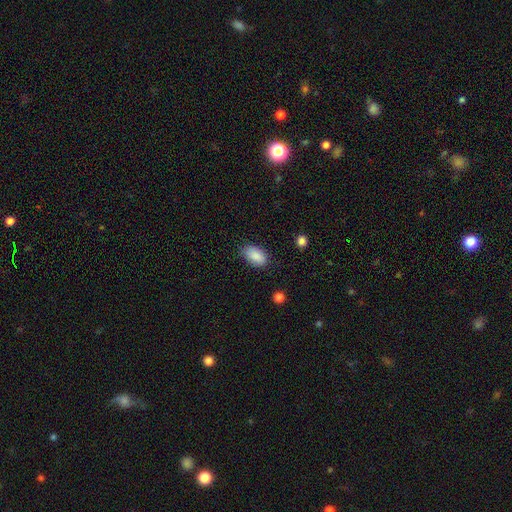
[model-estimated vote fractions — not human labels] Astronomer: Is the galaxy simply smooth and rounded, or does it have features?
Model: smooth — 89%.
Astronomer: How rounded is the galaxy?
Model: in between — 93%.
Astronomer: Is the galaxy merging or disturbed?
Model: none — 79%.